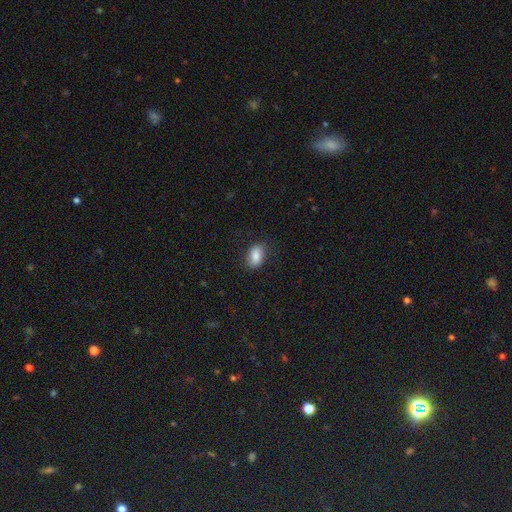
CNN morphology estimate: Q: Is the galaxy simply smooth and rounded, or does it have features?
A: smooth — 84%.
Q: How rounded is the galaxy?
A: in between — 88%.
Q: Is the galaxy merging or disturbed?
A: none — 81%.